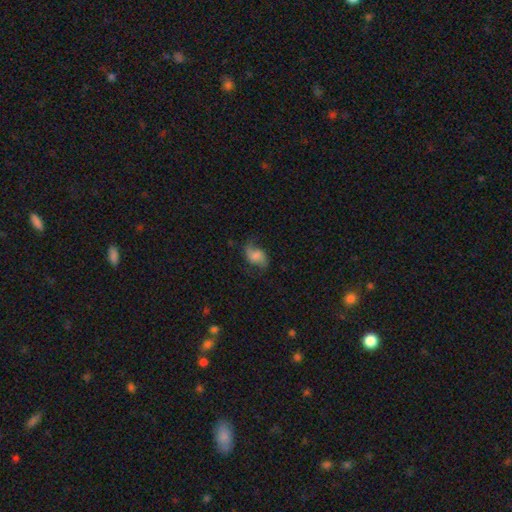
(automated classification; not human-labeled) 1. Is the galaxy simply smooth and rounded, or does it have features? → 46% smooth, 44% featured or disk, 10% star or artifact.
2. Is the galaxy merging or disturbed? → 60% none, 24% minor disturbance, 14% major disturbance, 2% merger.